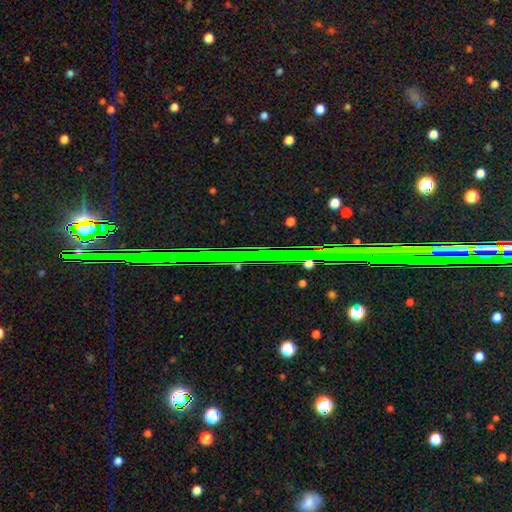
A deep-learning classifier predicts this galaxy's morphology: Smooth or featured? star or artifact (78%)